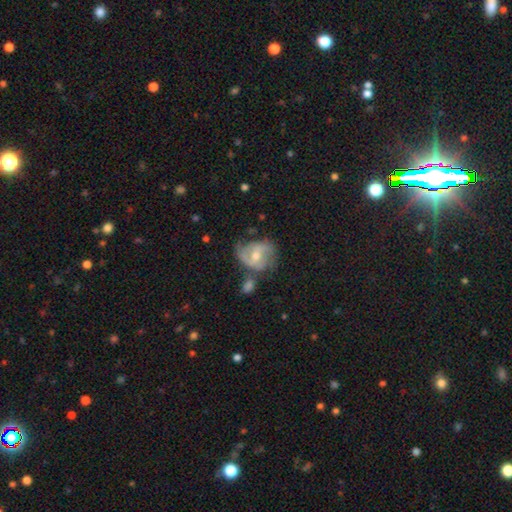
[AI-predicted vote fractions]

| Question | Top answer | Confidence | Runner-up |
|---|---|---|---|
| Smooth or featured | featured or disk | 74% | smooth (18%) |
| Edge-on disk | no | 97% | yes (3%) |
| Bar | weak | 43% | no (42%) |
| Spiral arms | yes | 87% | no (13%) |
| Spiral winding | medium | 46% | tight (30%) |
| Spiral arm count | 2 | 66% | can't tell (16%) |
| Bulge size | moderate | 62% | small (34%) |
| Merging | none | 52% | minor disturbance (25%) |